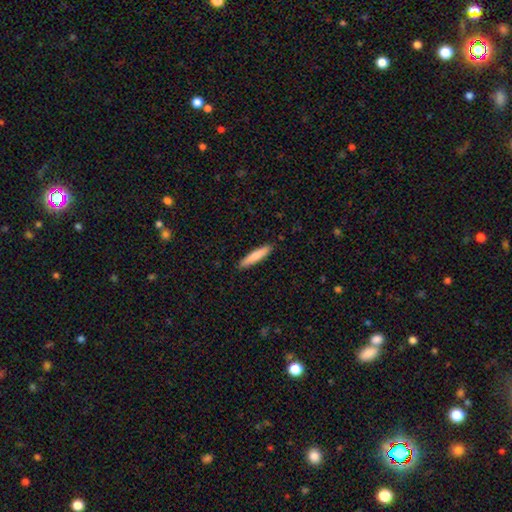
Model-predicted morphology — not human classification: Smooth or featured?
  - smooth: 79% *
  - featured or disk: 16%
  - star or artifact: 5%
How rounded?
  - cigar-shaped: 88% *
  - in between: 11%
  - round: 1%
Merging?
  - none: 90% *
  - minor disturbance: 7%
  - major disturbance: 1%
  - merger: 1%